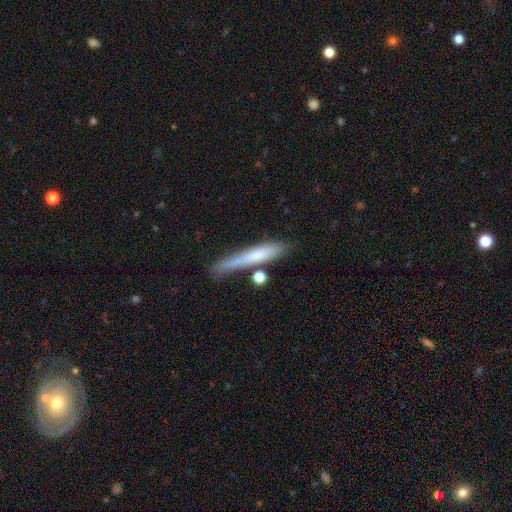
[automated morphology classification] smooth_or_featured: smooth (p=0.61) [alt: featured or disk p=0.32]
how_rounded: cigar-shaped (p=0.91) [alt: in between p=0.07]
merging: none (p=0.64) [alt: minor disturbance p=0.19]